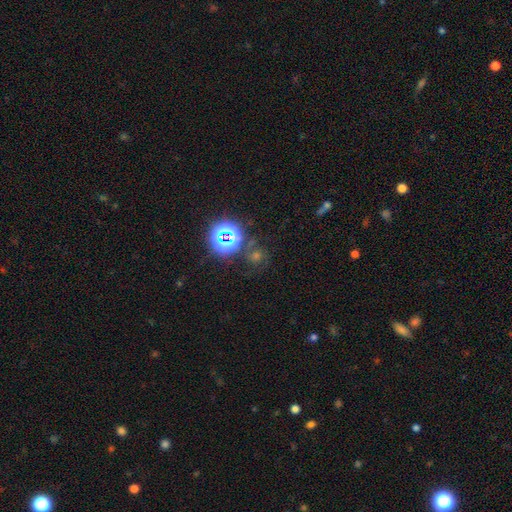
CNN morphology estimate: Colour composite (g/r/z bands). It shows a star or artifact, not a galaxy (56%).